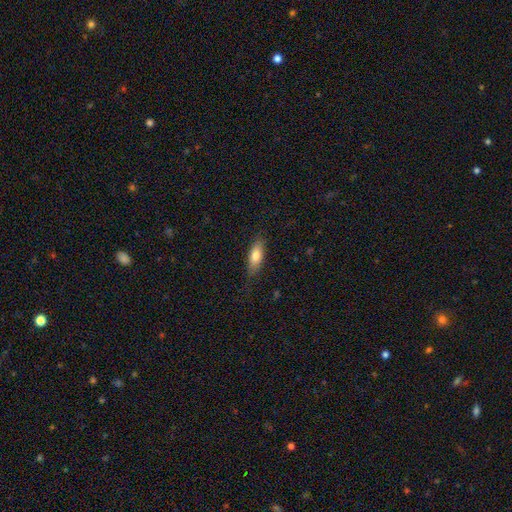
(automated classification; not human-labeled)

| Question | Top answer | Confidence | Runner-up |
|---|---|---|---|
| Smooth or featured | smooth | 76% | featured or disk (18%) |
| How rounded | in between | 69% | cigar-shaped (29%) |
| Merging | none | 78% | minor disturbance (17%) |